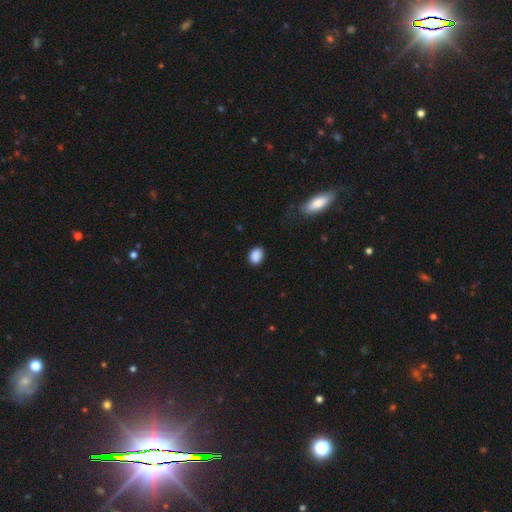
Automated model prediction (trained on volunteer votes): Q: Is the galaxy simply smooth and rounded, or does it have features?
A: smooth — 89%.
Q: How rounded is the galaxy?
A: in between — 62%.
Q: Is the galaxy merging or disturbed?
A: none — 86%.